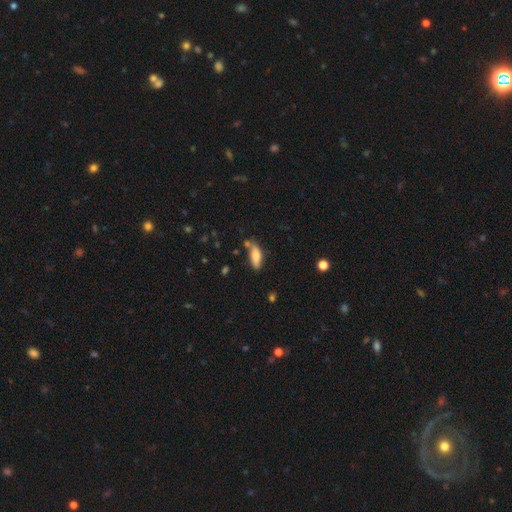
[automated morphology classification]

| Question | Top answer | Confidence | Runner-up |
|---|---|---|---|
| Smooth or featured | smooth | 75% | featured or disk (18%) |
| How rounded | in between | 63% | cigar-shaped (34%) |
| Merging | none | 61% | minor disturbance (24%) |